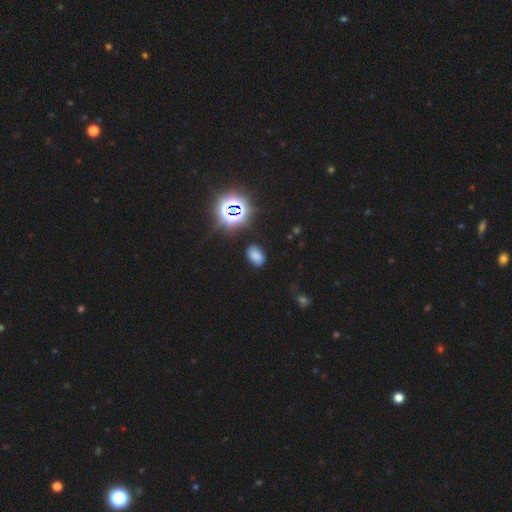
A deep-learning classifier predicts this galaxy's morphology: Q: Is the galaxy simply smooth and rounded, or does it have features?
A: smooth — 67%.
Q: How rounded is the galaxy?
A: in between — 85%.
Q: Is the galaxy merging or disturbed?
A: none — 83%.